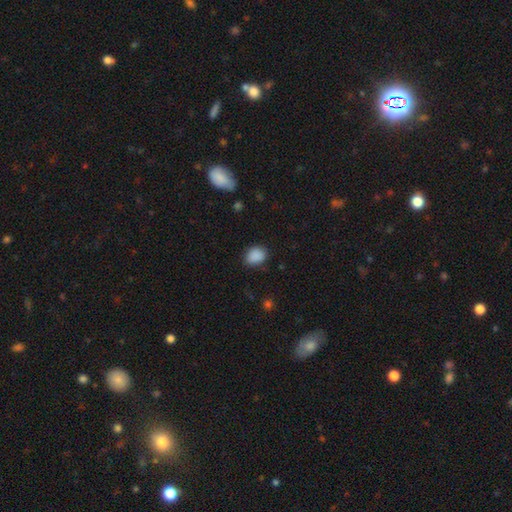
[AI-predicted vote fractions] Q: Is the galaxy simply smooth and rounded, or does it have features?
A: smooth — 88%.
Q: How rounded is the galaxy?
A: in between — 56%.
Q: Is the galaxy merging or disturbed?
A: none — 82%.